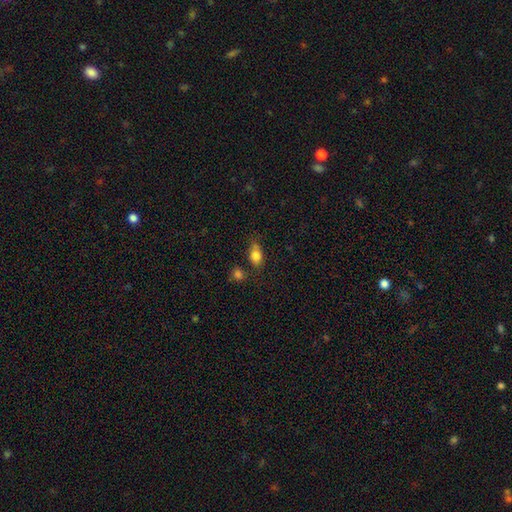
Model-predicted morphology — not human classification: This appears to be a smooth galaxy with no disk features (81%) that is in between round and cigar-shaped (67%). Merging: none (54%).